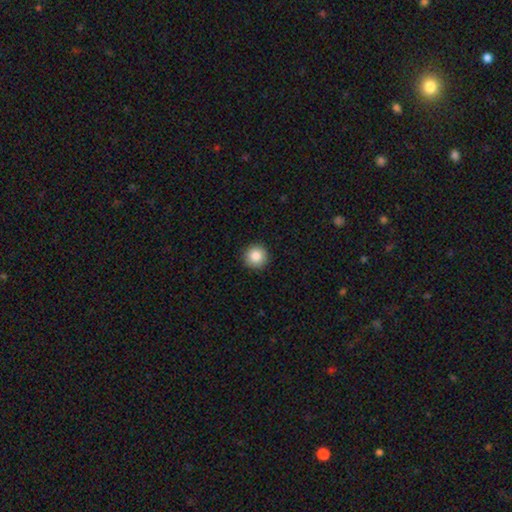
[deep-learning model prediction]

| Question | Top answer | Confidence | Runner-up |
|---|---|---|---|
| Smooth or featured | smooth | 86% | star or artifact (9%) |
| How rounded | round | 96% | in between (3%) |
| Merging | none | 92% | minor disturbance (5%) |